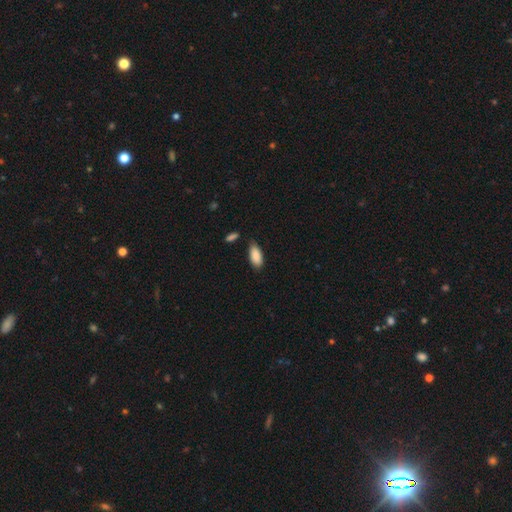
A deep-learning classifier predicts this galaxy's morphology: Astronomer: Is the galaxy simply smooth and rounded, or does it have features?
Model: smooth — 89%.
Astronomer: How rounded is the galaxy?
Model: in between — 88%.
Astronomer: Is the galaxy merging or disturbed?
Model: none — 72%.